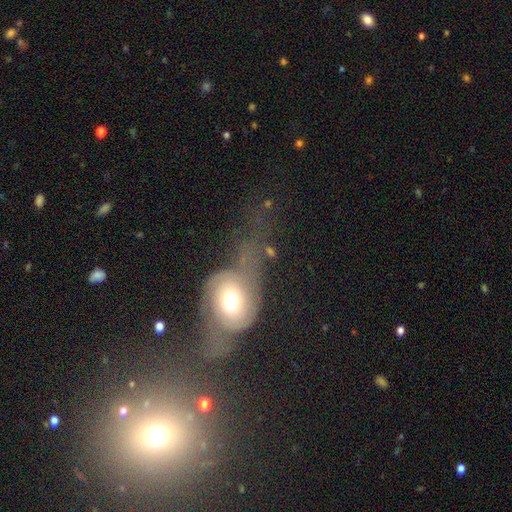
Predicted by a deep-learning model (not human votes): smooth-or-featured: featured or disk: 54% | smooth: 30% | star or artifact: 16%
  disk-edge-on: no: 86% | yes: 14%
  merging: major disturbance: 38% | none: 30% | minor disturbance: 19% | merger: 13%